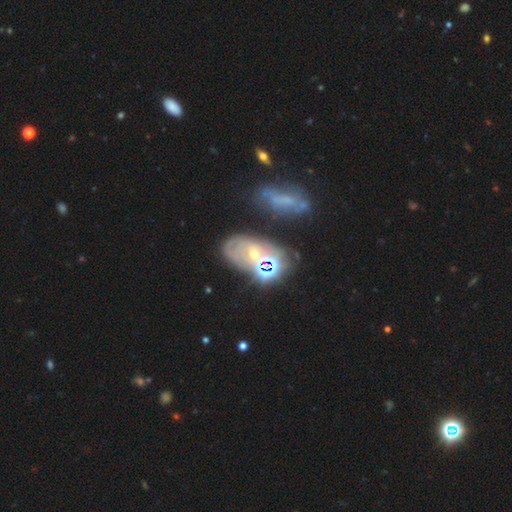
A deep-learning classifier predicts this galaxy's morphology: This is marginally a featured or disk galaxy (43%). Merging: possibly none (47%).